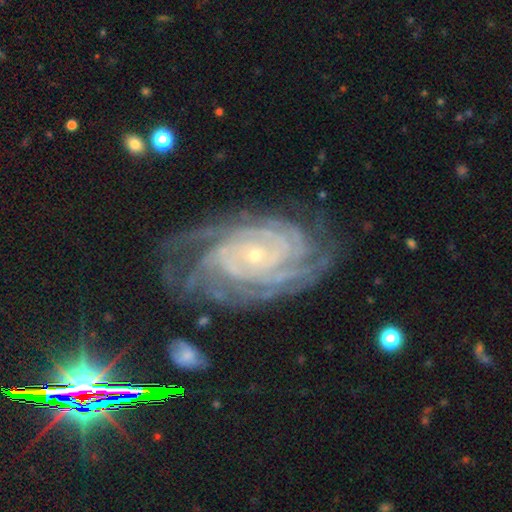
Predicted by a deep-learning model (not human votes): This is clearly a featured or disk galaxy (91%). It is clearly not viewed edge-on (97%). Bar: likely no (73%). Spiral arm pattern: clearly yes (98%). Spiral arm count: marginally 4 (27%). Spiral winding: clearly tight (82%). Central bulge: clearly small (83%). Merging: likely none (66%).